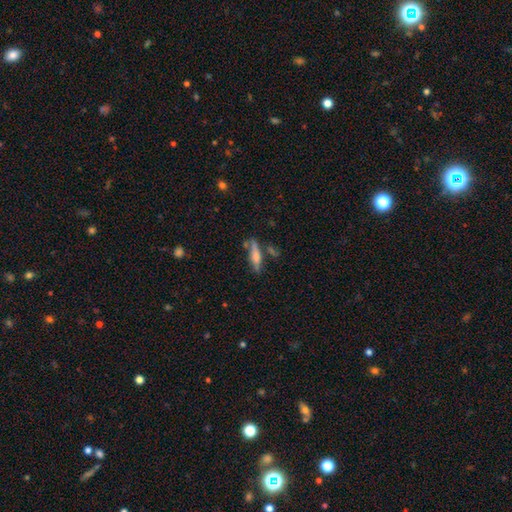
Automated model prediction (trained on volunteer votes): The model was most divided on "smooth or featured": smooth: 57%, featured or disk: 36%, star or artifact: 7%. More confident: how rounded — cigar-shaped (76%); merging — none (67%).